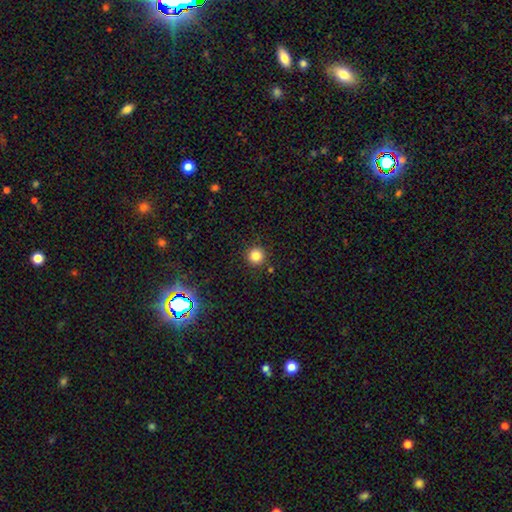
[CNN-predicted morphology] type=smooth (83%); roundness=round (95%); merging=none (89%).